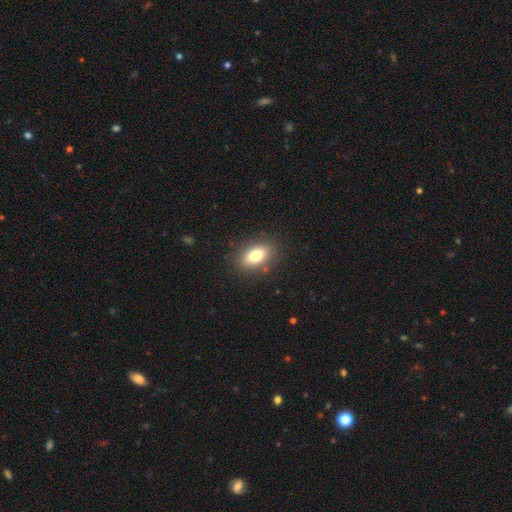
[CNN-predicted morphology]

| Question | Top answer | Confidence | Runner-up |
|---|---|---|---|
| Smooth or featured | smooth | 78% | featured or disk (13%) |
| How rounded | in between | 86% | round (11%) |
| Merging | none | 86% | minor disturbance (10%) |